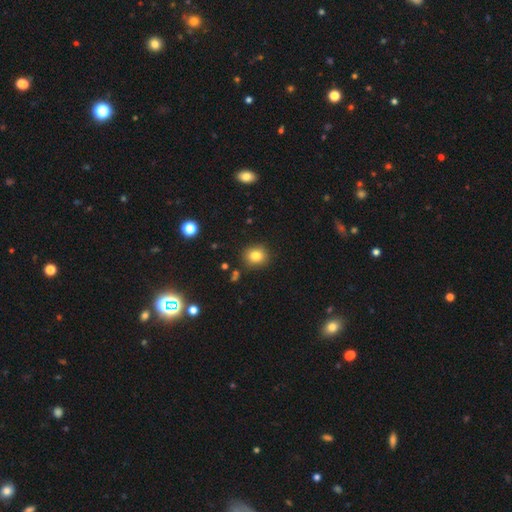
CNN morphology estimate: Smooth or featured?
  - smooth: 82% *
  - star or artifact: 12%
  - featured or disk: 7%
How rounded?
  - round: 79% *
  - in between: 21%
  - cigar-shaped: 1%
Merging?
  - none: 88% *
  - minor disturbance: 8%
  - major disturbance: 2%
  - merger: 2%